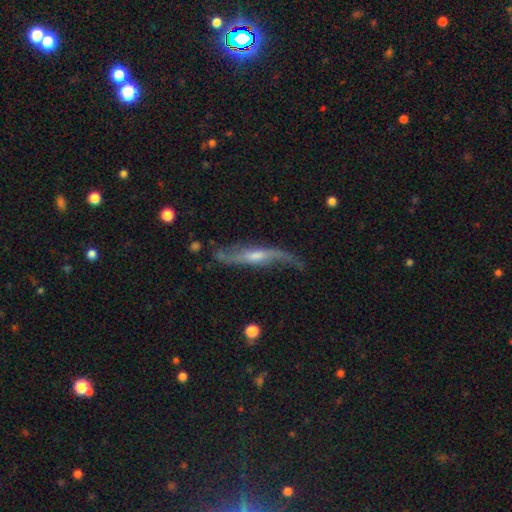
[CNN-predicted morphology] smooth_or_featured: featured or disk (p=0.79) [alt: smooth p=0.15]
disk_edge_on: no (p=0.62) [alt: yes p=0.38]
merging: none (p=0.58) [alt: minor disturbance p=0.24]